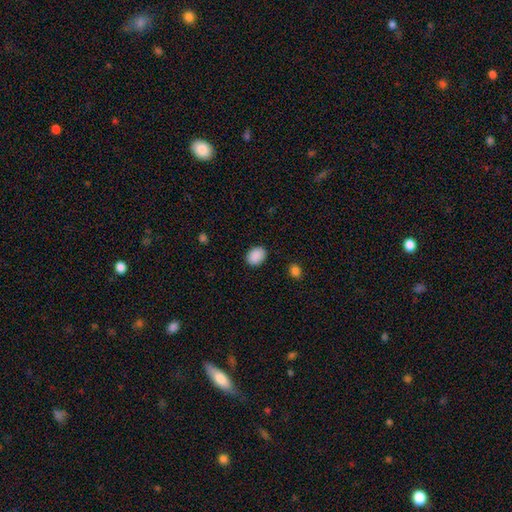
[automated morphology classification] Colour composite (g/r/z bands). It shows a smooth galaxy with no disk features (90%) that is in between round and cigar-shaped (61%). Merging: none (88%).